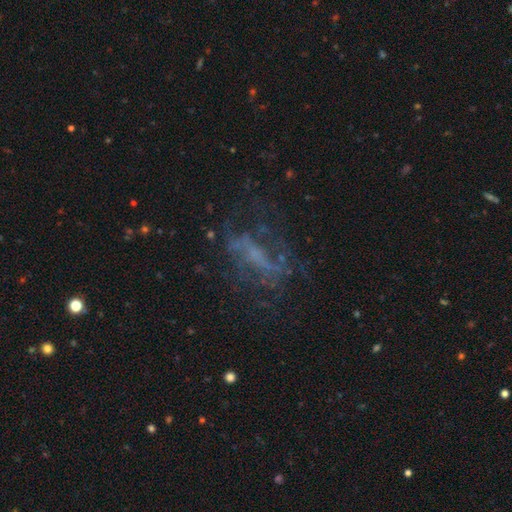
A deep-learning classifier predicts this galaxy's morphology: featured or disk 60%, star or artifact 21%, smooth 19%. Down the decision tree: edge-on disk — no (88%); bar — no (44%); spiral arms — yes (52%); bulge size — none (48%); merging — none (55%).